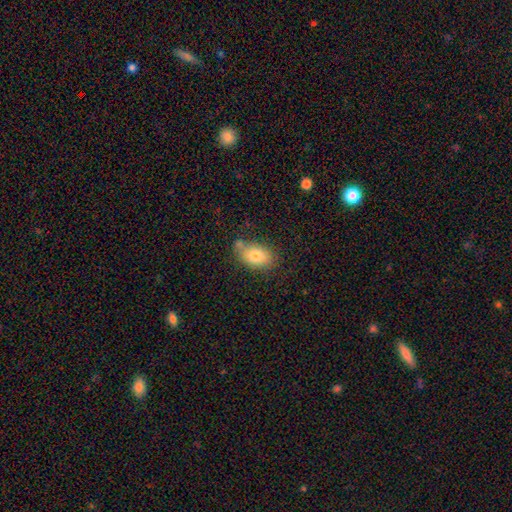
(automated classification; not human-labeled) smooth_or_featured: smooth (p=0.77) [alt: featured or disk p=0.14]
how_rounded: in between (p=0.85) [alt: round p=0.14]
merging: none (p=0.65) [alt: minor disturbance p=0.20]